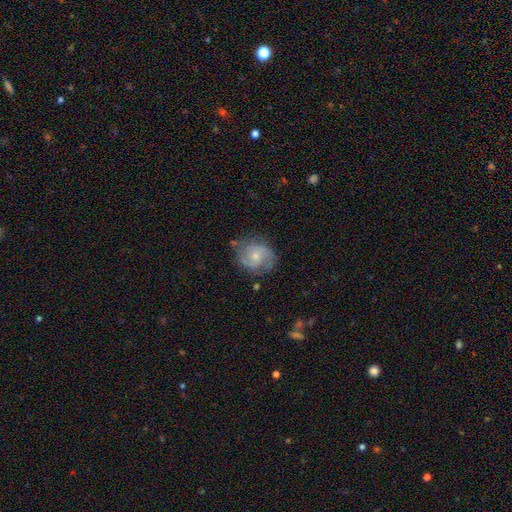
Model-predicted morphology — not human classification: This is likely a featured or disk galaxy (75%). It is clearly not viewed edge-on (98%). Bar: likely no (63%). Spiral arm pattern: clearly yes (93%). Spiral arm count: likely 2 (80%). Spiral winding: possibly medium (50%). Central bulge: possibly small (52%). Merging: likely none (69%).